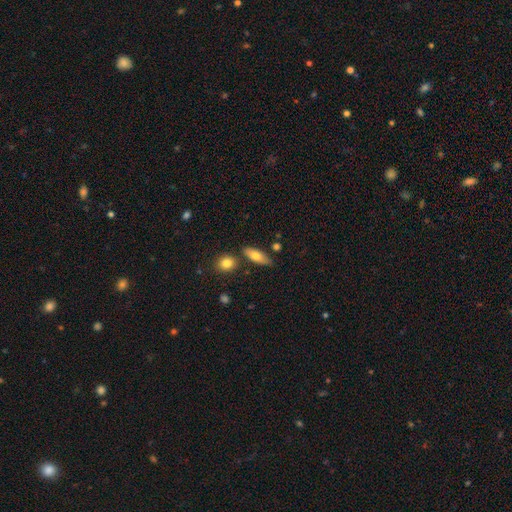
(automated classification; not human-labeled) This appears to be a smooth galaxy with no disk features (68%) that is in between round and cigar-shaped (64%). Merging: none (77%).